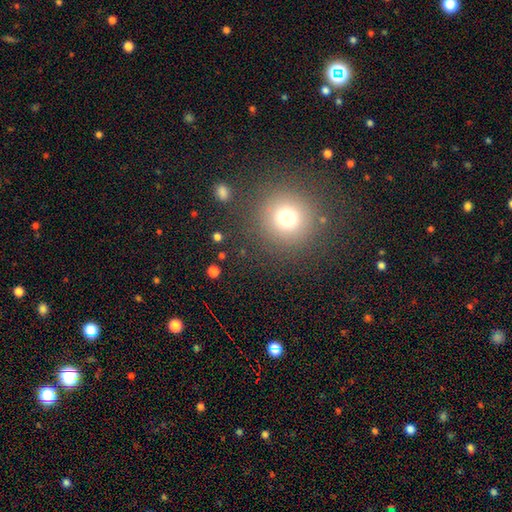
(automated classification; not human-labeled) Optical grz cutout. It shows a smooth galaxy with no disk features (57%) that is round (95%). Merging: none (90%).